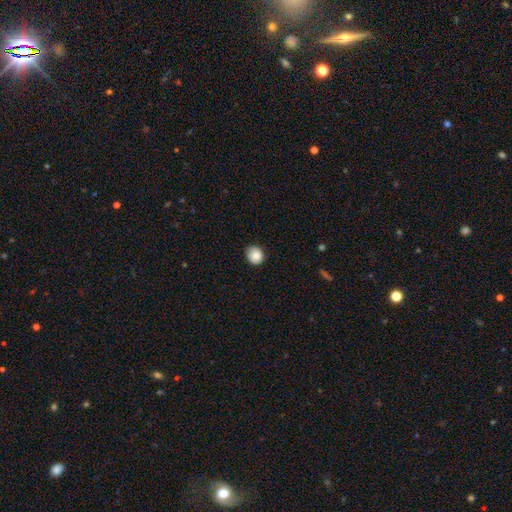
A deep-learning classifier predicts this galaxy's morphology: Q: Smooth or featured?
A: smooth (84%); runner-up: star or artifact (9%)
Q: How rounded?
A: round (79%); runner-up: in between (20%)
Q: Merging?
A: none (79%); runner-up: minor disturbance (17%)